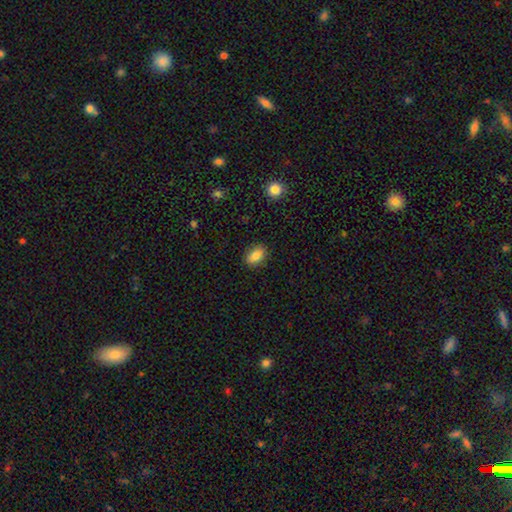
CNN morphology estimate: A smooth galaxy with no disk features (83%) that is in between round and cigar-shaped (85%).

Vote fractions:
- Smooth or featured? smooth: 83% / featured or disk: 9% / star or artifact: 8%
- How rounded? in between: 85% / round: 12% / cigar-shaped: 3%
- Merging? none: 87% / minor disturbance: 9% / major disturbance: 2% / merger: 1%